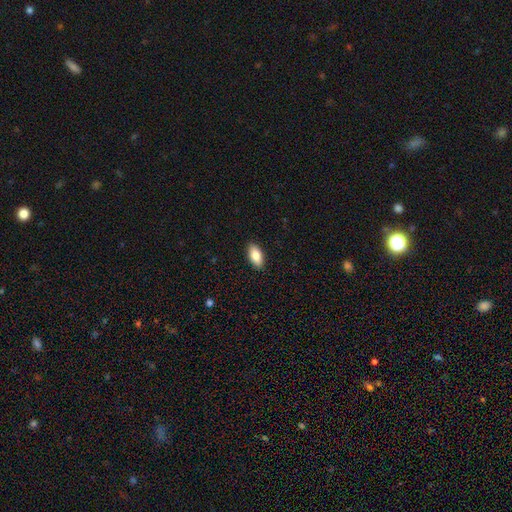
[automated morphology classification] This appears to be a smooth galaxy with no disk features (85%) that is in between round and cigar-shaped (91%). Merging: none (90%).